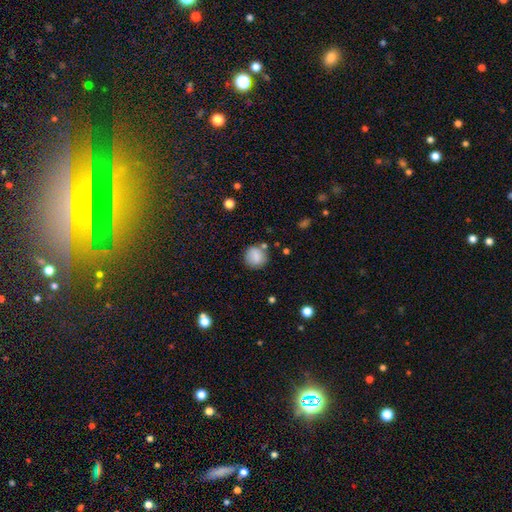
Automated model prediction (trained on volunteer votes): Smooth or featured: smooth — 83% (star or artifact — 9%)
How rounded: round — 87% (in between — 12%)
Merging: none — 76% (minor disturbance — 14%)